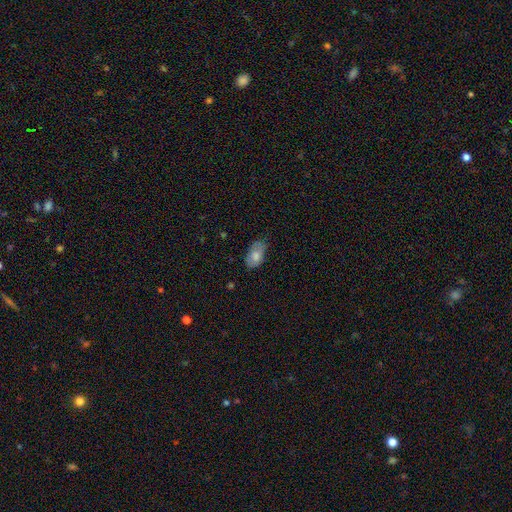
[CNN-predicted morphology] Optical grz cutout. It shows a smooth galaxy with no disk features (77%) that is in between round and cigar-shaped (93%). Merging: none (60%).